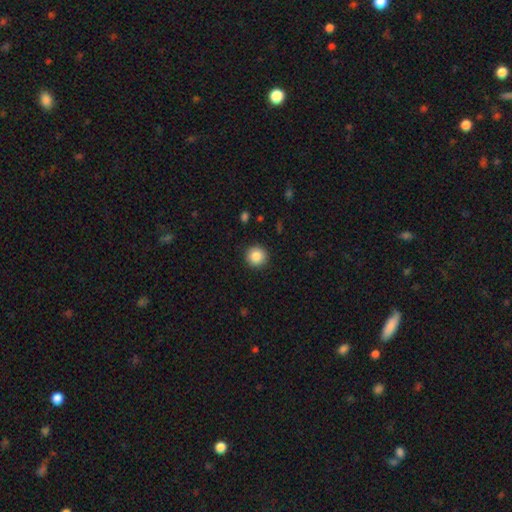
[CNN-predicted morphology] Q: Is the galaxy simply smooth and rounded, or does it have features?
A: smooth — 86%.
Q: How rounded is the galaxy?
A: round — 95%.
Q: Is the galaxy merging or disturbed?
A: none — 92%.